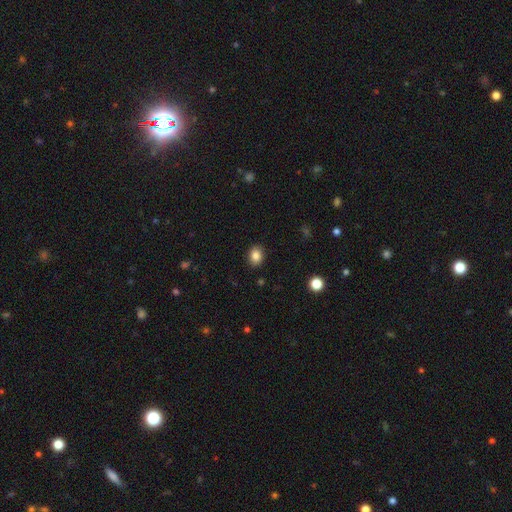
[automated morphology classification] smooth_or_featured: smooth (p=0.84) [alt: star or artifact p=0.10]
how_rounded: in between (p=0.57) [alt: round p=0.42]
merging: none (p=0.89) [alt: minor disturbance p=0.08]